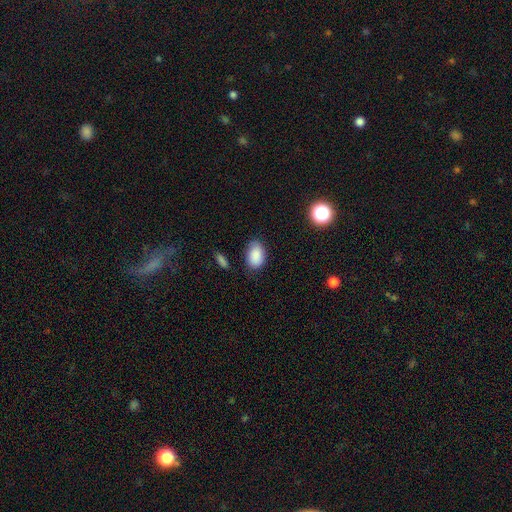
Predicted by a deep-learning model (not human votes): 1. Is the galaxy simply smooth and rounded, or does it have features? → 87% smooth, 8% star or artifact, 5% featured or disk.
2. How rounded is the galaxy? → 85% in between, 14% round, 1% cigar-shaped.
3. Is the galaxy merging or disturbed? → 75% none, 19% minor disturbance, 4% major disturbance, 2% merger.